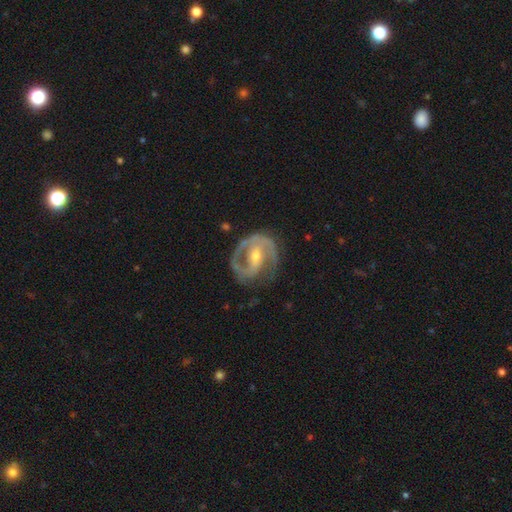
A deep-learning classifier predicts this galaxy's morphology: featured or disk 89%, smooth 7%, star or artifact 5%. Down the decision tree: edge-on disk — no (97%); bar — weak (40%); spiral arms — yes (94%); spiral arm count — 2 (75%); spiral winding — medium (46%); bulge size — moderate (48%); merging — none (67%).